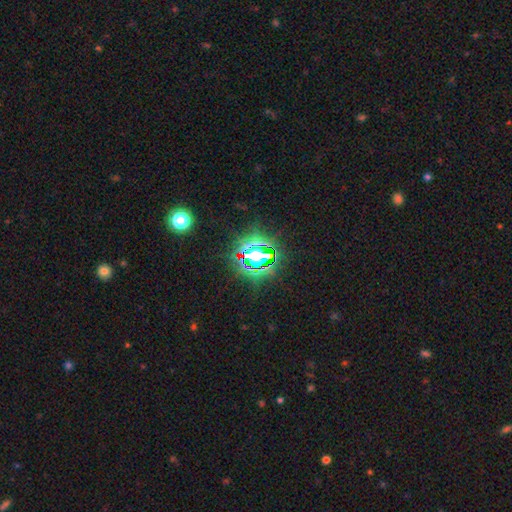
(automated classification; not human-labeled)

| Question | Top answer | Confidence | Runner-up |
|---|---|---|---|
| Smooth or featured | star or artifact | 74% | smooth (17%) |